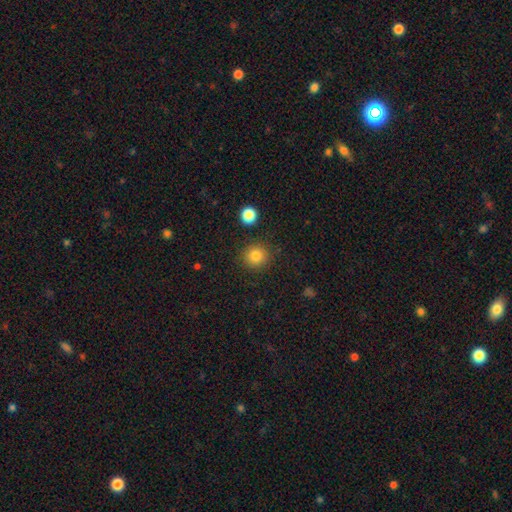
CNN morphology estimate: Smooth or featured? Predicted: smooth (p=0.83). How rounded? Predicted: round (p=0.92). Merging? Predicted: none (p=0.90).